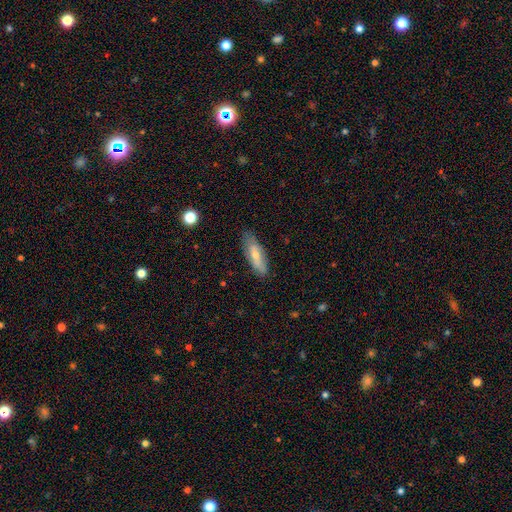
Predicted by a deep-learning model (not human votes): Smooth or featured?
  - smooth: 58% *
  - featured or disk: 35%
  - star or artifact: 7%
How rounded?
  - in between: 56% *
  - cigar-shaped: 42%
  - round: 2%
Merging?
  - none: 78% *
  - minor disturbance: 17%
  - major disturbance: 4%
  - merger: 1%